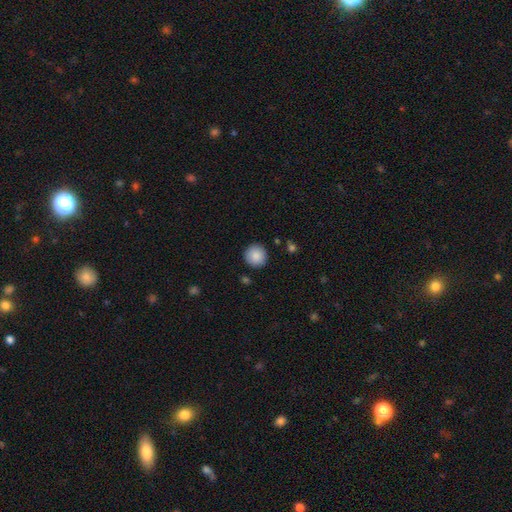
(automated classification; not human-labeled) A smooth galaxy with no disk features (88%) that is round (94%). Merging: none (91%).